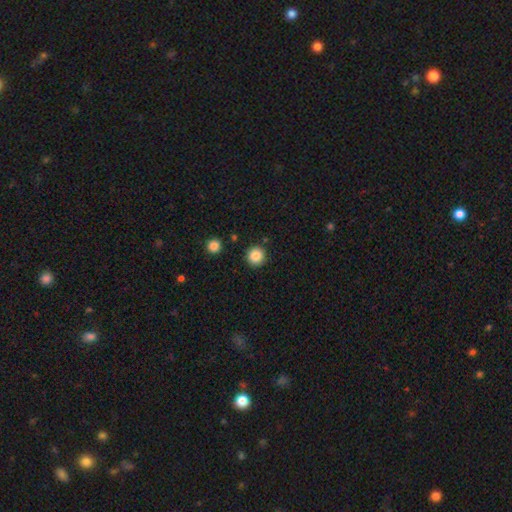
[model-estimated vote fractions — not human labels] Smooth or featured? smooth (86%)
How rounded? round (95%)
Merging? none (90%)